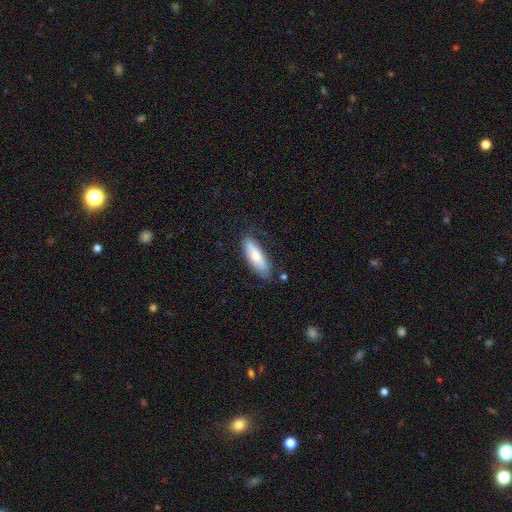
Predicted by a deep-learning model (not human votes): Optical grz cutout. It shows a smooth galaxy with no disk features (73%) that is in between round and cigar-shaped (58%). Merging: none (75%).